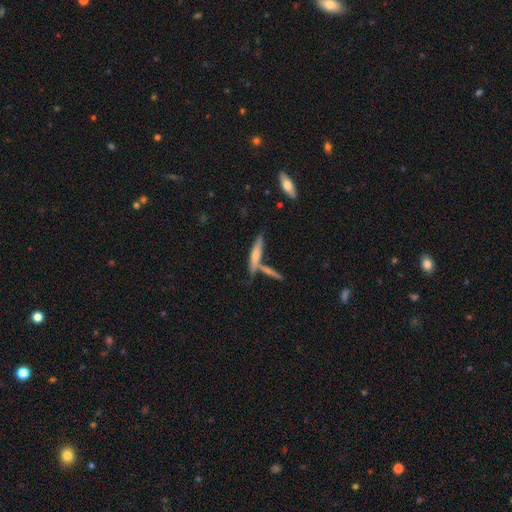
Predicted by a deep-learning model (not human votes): A smooth galaxy with no disk features (54%) that is cigar-shaped (82%). Merging: none (55%).